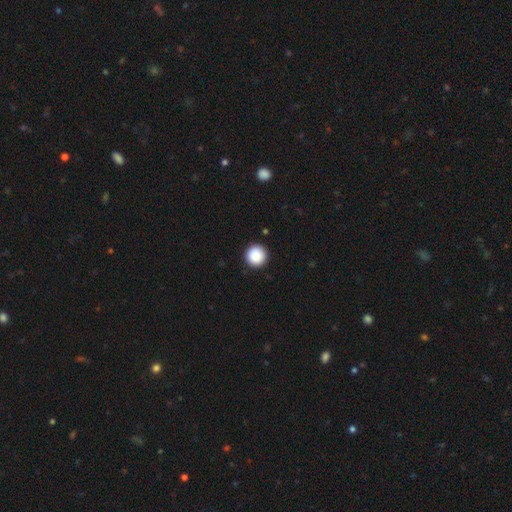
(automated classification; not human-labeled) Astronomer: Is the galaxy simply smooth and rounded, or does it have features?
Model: smooth — 89%.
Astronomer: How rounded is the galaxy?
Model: round — 96%.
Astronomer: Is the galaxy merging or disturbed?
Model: none — 93%.